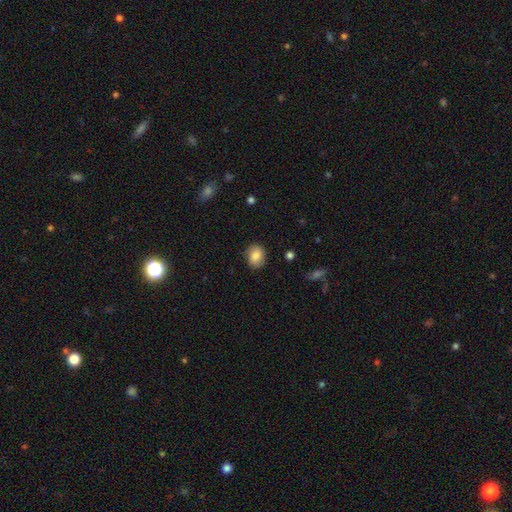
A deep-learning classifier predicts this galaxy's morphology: Smooth or featured? Predicted: smooth (p=0.84). How rounded? Predicted: round (p=0.53). Merging? Predicted: none (p=0.85).